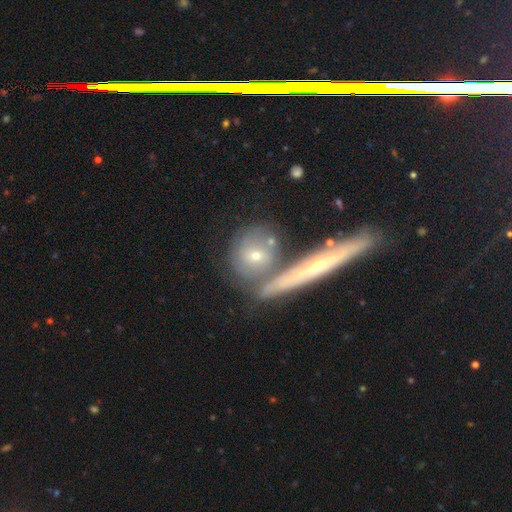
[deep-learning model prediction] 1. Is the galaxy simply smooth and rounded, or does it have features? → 50% smooth, 41% featured or disk, 9% star or artifact.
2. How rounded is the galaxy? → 64% round, 18% in between, 17% cigar-shaped.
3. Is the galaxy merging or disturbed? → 58% none, 25% merger, 13% minor disturbance, 4% major disturbance.